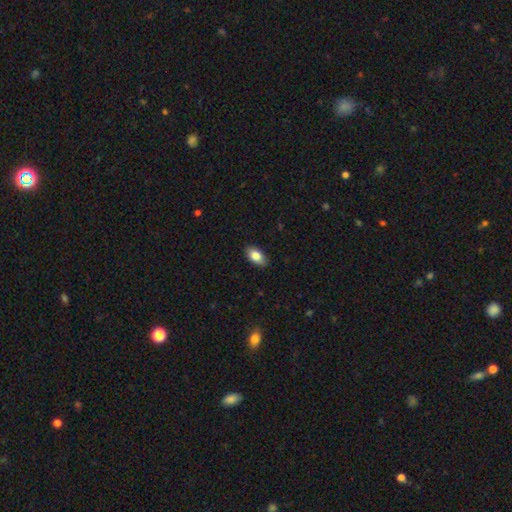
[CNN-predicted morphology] Smooth or featured? Predicted: smooth (p=0.83). How rounded? Predicted: in between (p=0.92). Merging? Predicted: none (p=0.87).